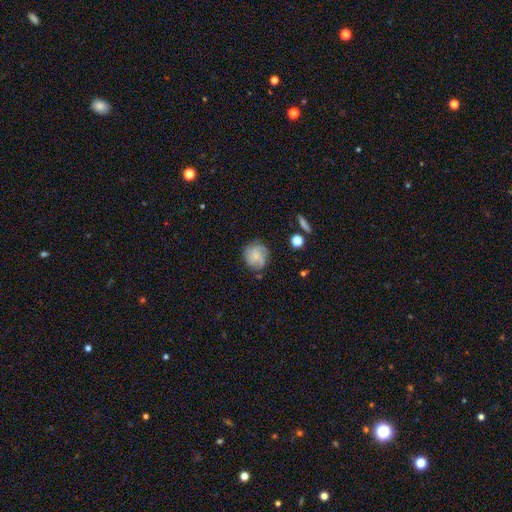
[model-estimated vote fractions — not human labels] A smooth galaxy with no disk features (47%).

Vote fractions:
- Smooth or featured? smooth: 47% / featured or disk: 42% / star or artifact: 11%
- Merging? none: 69% / minor disturbance: 21% / major disturbance: 8% / merger: 2%